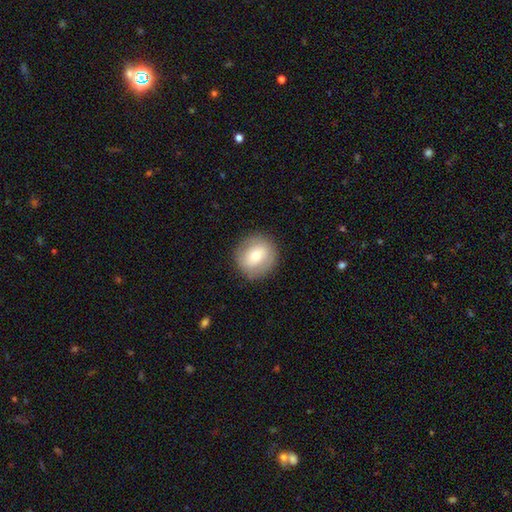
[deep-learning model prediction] Smooth or featured?
  - smooth: 62% *
  - featured or disk: 29%
  - star or artifact: 8%
How rounded?
  - round: 86% *
  - in between: 13%
  - cigar-shaped: 1%
Merging?
  - none: 87% *
  - minor disturbance: 9%
  - major disturbance: 4%
  - merger: 1%